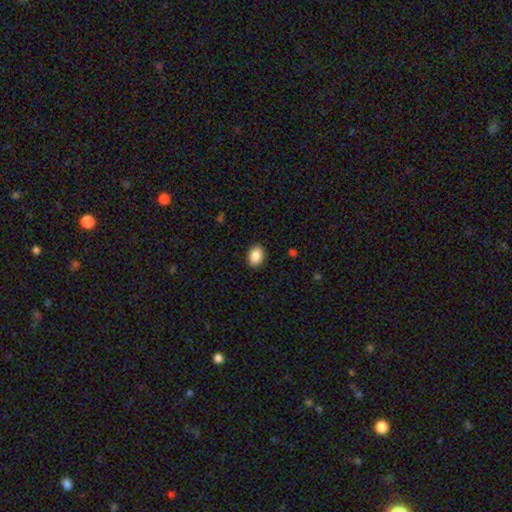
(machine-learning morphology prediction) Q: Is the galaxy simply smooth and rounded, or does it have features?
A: smooth — 88%.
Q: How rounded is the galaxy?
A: in between — 78%.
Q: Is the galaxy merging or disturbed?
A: none — 89%.